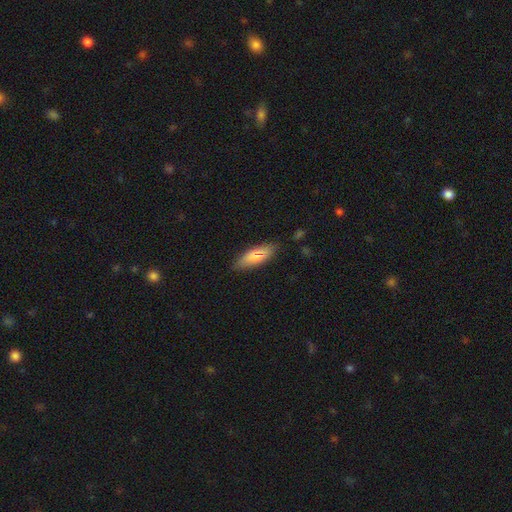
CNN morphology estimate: smooth-or-featured: smooth: 71% | featured or disk: 21% | star or artifact: 8%
  how-rounded: in between: 67% | cigar-shaped: 31% | round: 2%
  merging: none: 82% | minor disturbance: 14% | major disturbance: 3% | merger: 1%